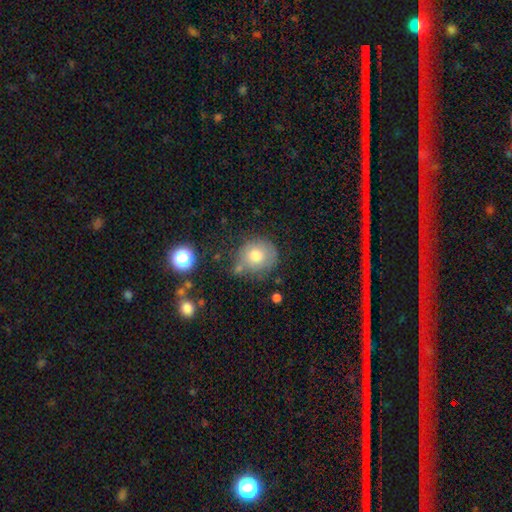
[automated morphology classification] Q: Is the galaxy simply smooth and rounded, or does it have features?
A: smooth — 73%.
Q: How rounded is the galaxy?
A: round — 85%.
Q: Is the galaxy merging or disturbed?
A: none — 66%.